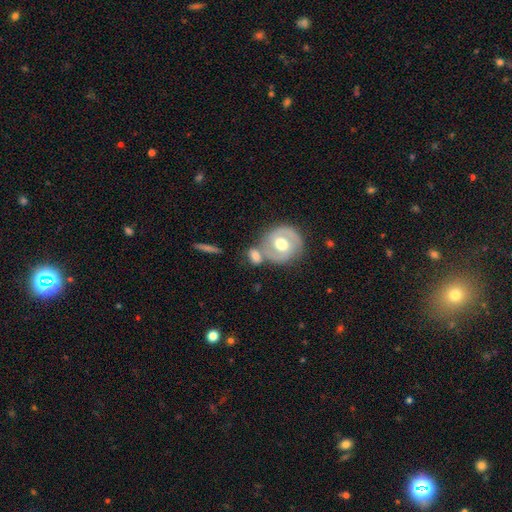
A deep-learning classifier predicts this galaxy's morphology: The model was most divided on "smooth or featured": smooth: 47%, featured or disk: 46%, star or artifact: 7%. More confident: merging — none (53%).